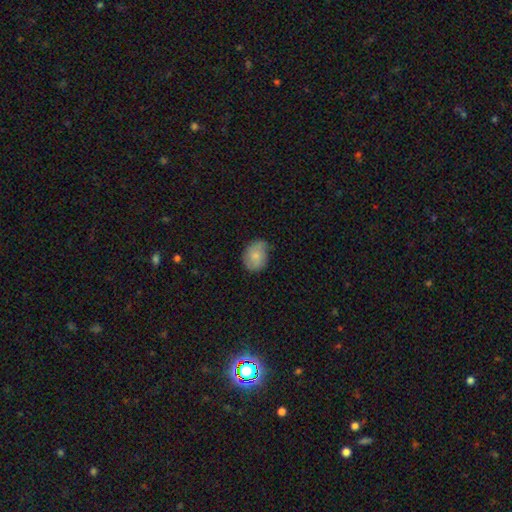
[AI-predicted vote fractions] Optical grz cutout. It shows a smooth galaxy with no disk features (78%) that is in between round and cigar-shaped (59%). Merging: none (56%).